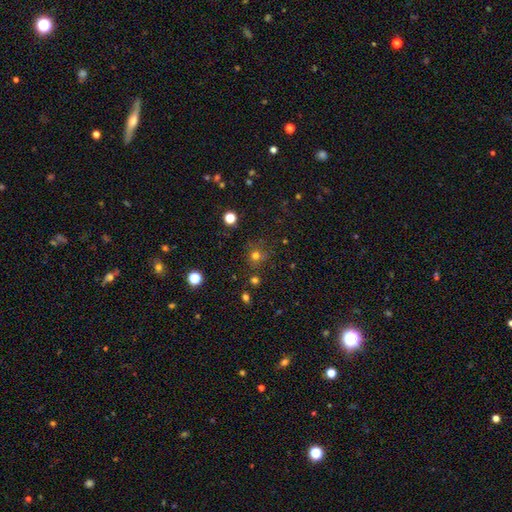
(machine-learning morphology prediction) smooth 67%, star or artifact 25%, featured or disk 8%. Down the decision tree: how rounded — round (87%); merging — none (76%).